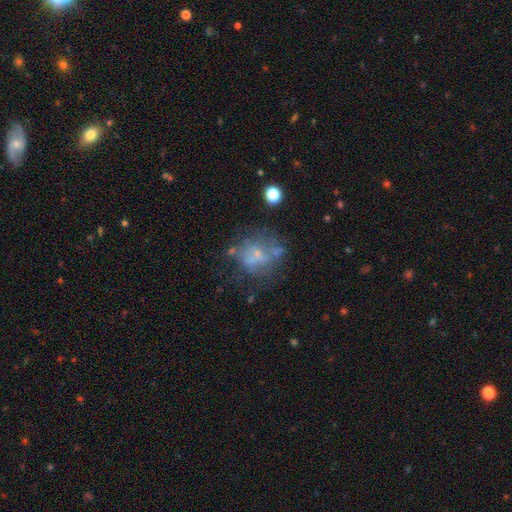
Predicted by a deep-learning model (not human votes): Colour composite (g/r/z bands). It shows a featured or disk galaxy (46%). Merging: none (45%).